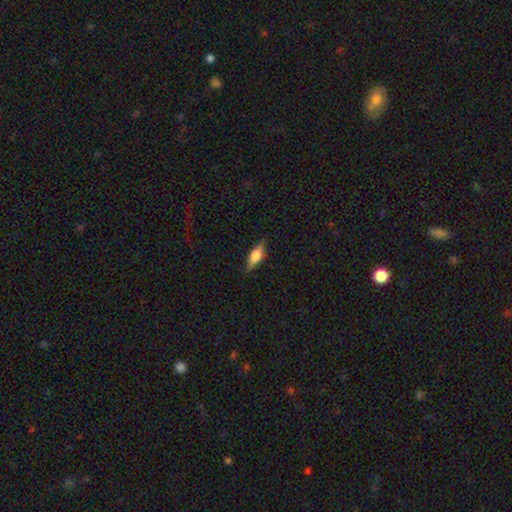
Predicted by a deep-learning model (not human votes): Smooth or featured: smooth — 55% (featured or disk — 38%)
How rounded: in between — 64% (cigar-shaped — 32%)
Merging: none — 83% (minor disturbance — 13%)